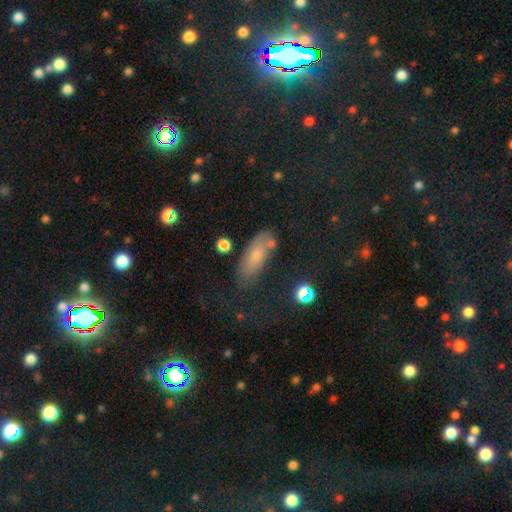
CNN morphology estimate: Smooth or featured?
  - smooth: 66% *
  - featured or disk: 22%
  - star or artifact: 11%
How rounded?
  - in between: 78% *
  - cigar-shaped: 19%
  - round: 4%
Merging?
  - none: 64% *
  - minor disturbance: 22%
  - merger: 7%
  - major disturbance: 7%